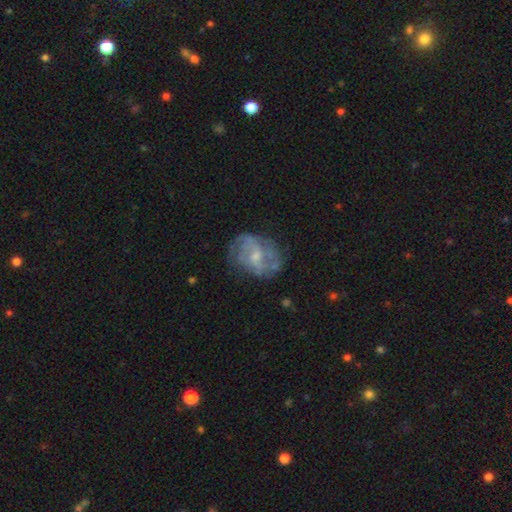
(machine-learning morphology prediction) A featured or disk galaxy (73%) with no bar (47%), 2 (39%) medium (44%) spiral arms (75%) and a small central bulge (57%). Merging: none (61%).